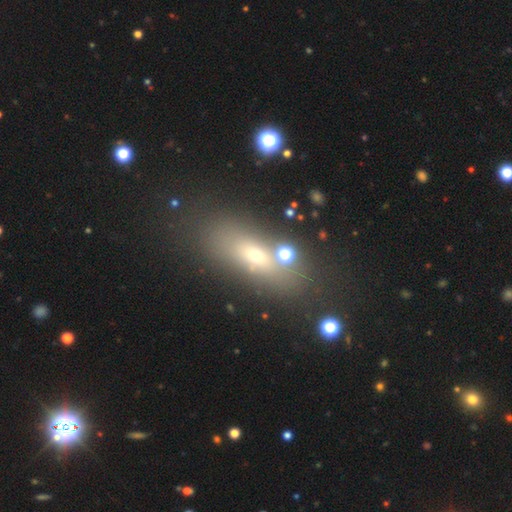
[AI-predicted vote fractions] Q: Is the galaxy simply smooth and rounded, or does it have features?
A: smooth — 54%.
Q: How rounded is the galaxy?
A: in between — 62%.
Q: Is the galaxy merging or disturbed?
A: none — 65%.